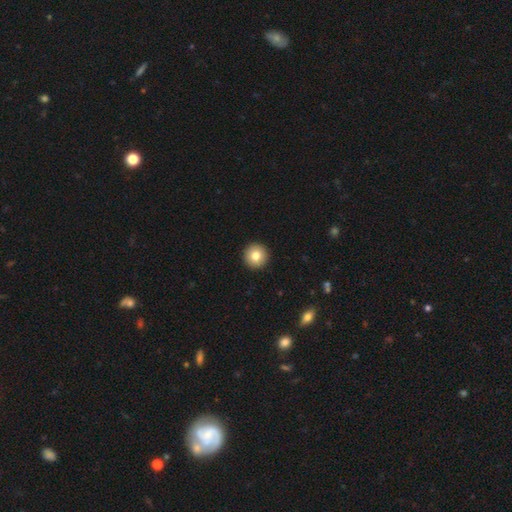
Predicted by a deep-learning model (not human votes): Smooth or featured?
  - smooth: 81% *
  - featured or disk: 10%
  - star or artifact: 9%
How rounded?
  - round: 96% *
  - in between: 3%
  - cigar-shaped: 1%
Merging?
  - none: 94% *
  - minor disturbance: 4%
  - major disturbance: 1%
  - merger: 1%